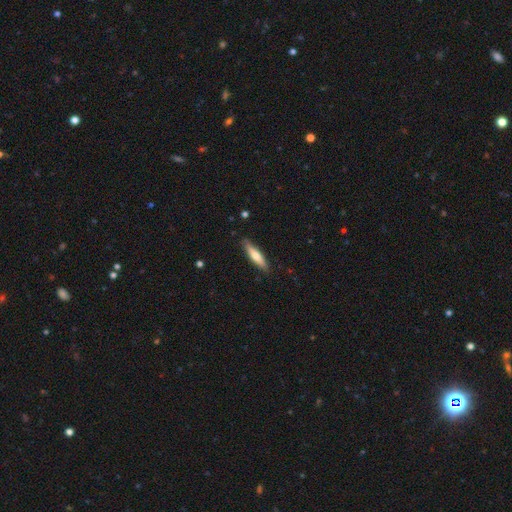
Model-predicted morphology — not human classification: Q: Smooth or featured?
A: smooth (61%); runner-up: featured or disk (34%)
Q: How rounded?
A: cigar-shaped (81%); runner-up: in between (18%)
Q: Merging?
A: none (87%); runner-up: minor disturbance (10%)